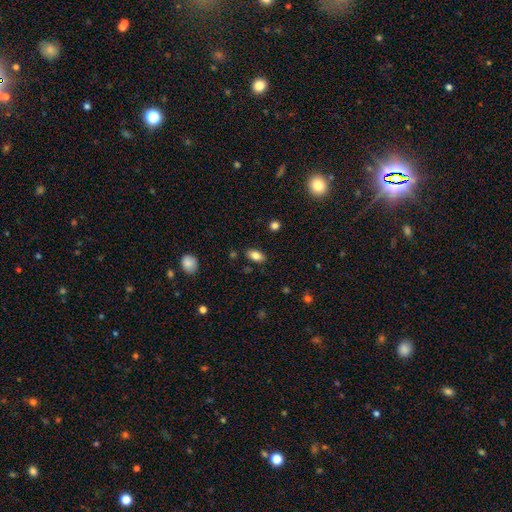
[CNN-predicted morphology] Q: Smooth or featured?
A: smooth (83%); runner-up: star or artifact (9%)
Q: How rounded?
A: in between (90%); runner-up: round (6%)
Q: Merging?
A: none (86%); runner-up: minor disturbance (10%)